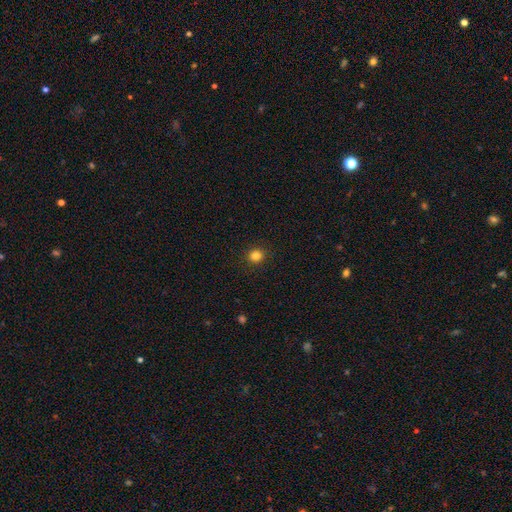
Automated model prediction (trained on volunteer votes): Smooth or featured? Predicted: smooth (p=0.84). How rounded? Predicted: round (p=0.88). Merging? Predicted: none (p=0.92).